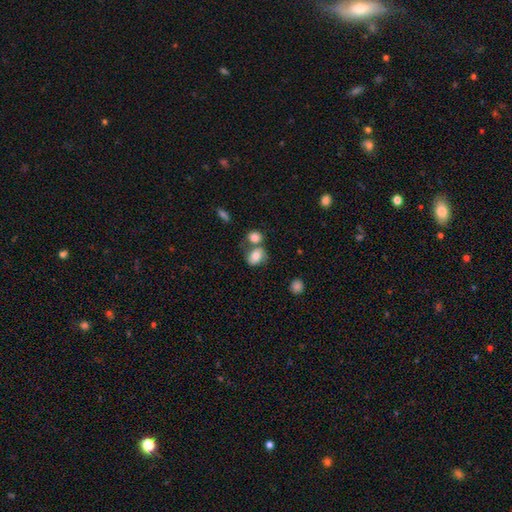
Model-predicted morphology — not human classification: Q: Smooth or featured?
A: smooth (76%); runner-up: featured or disk (15%)
Q: How rounded?
A: in between (63%); runner-up: round (36%)
Q: Merging?
A: merger (41%); runner-up: none (38%)